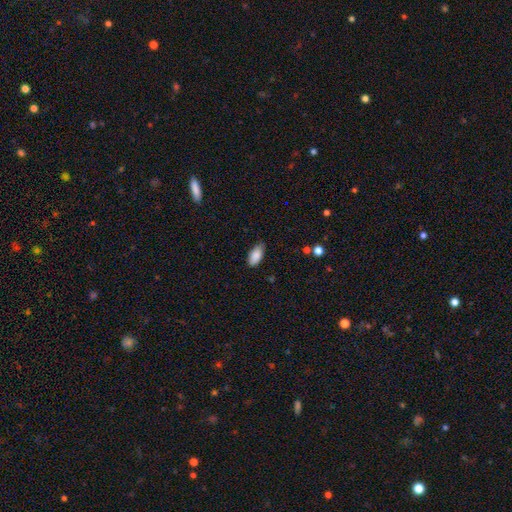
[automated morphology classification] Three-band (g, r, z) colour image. It shows a smooth galaxy with no disk features (87%) that is in between round and cigar-shaped (90%). Merging: none (74%).